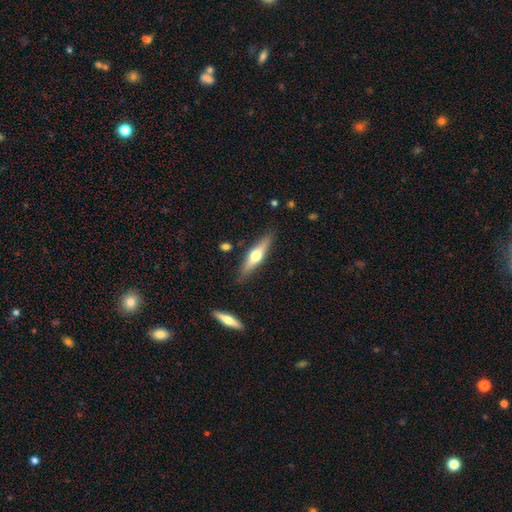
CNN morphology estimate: Smooth or featured? Predicted: featured or disk (p=0.58). Edge-on disk? Predicted: yes (p=0.94). Edge-on bulge? Predicted: rounded (p=0.94). Merging? Predicted: none (p=0.86).